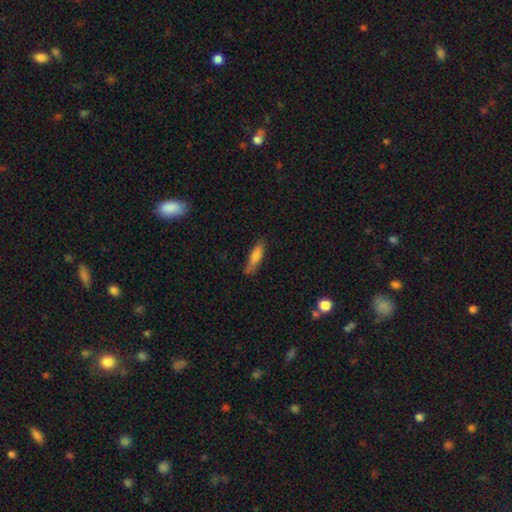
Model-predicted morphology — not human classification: Q: Smooth or featured?
A: smooth (73%); runner-up: featured or disk (19%)
Q: How rounded?
A: cigar-shaped (70%); runner-up: in between (29%)
Q: Merging?
A: none (70%); runner-up: minor disturbance (22%)